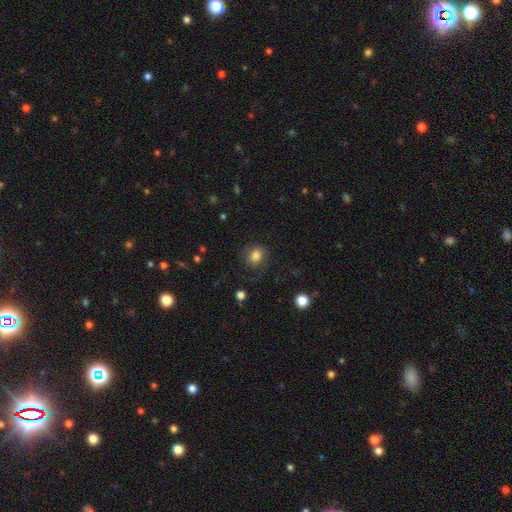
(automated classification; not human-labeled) Smooth or featured?
  - smooth: 78% *
  - featured or disk: 12%
  - star or artifact: 10%
How rounded?
  - round: 59% *
  - in between: 40%
  - cigar-shaped: 1%
Merging?
  - none: 69% *
  - minor disturbance: 17%
  - major disturbance: 12%
  - merger: 2%